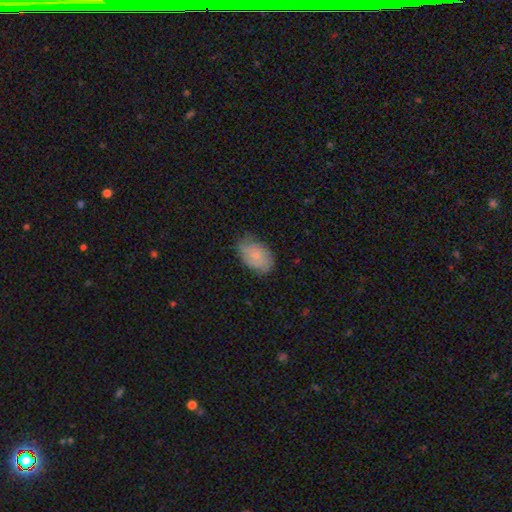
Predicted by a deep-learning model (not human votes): A smooth galaxy with no disk features (66%) that is in between round and cigar-shaped (89%). Merging: none (71%).